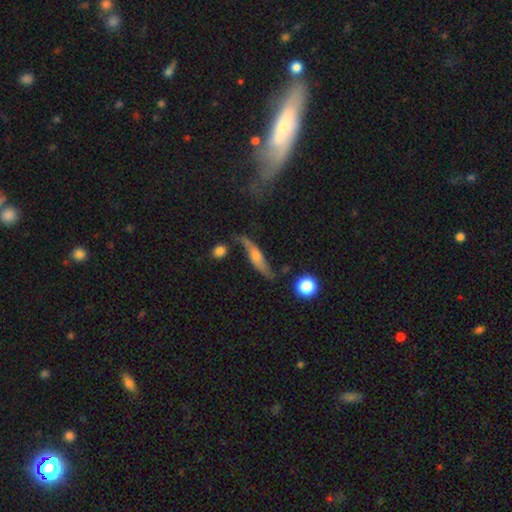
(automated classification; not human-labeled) Q: Smooth or featured?
A: featured or disk (66%); runner-up: smooth (27%)
Q: Edge-on disk?
A: no (57%); runner-up: yes (43%)
Q: Merging?
A: none (57%); runner-up: minor disturbance (24%)